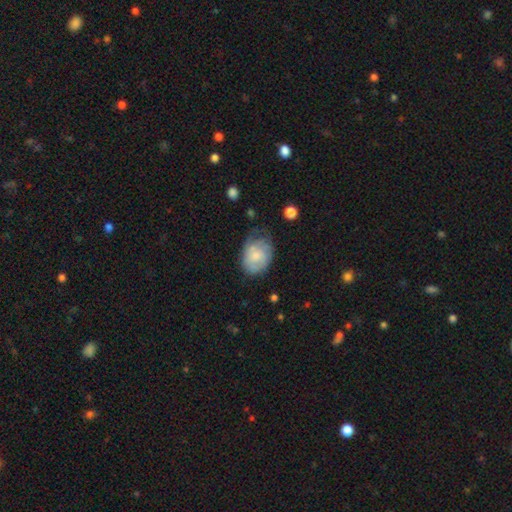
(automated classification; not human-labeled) smooth-or-featured: smooth: 58% | featured or disk: 35% | star or artifact: 7%
  how-rounded: in between: 66% | round: 33% | cigar-shaped: 1%
  merging: none: 45% | minor disturbance: 36% | major disturbance: 16% | merger: 2%